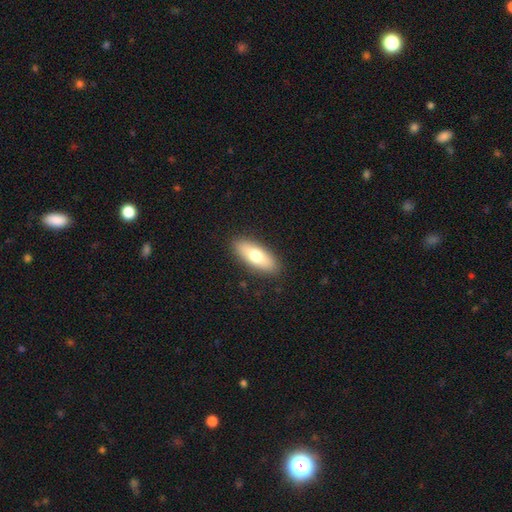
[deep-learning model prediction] Smooth or featured? Predicted: smooth (p=0.71). How rounded? Predicted: in between (p=0.71). Merging? Predicted: none (p=0.89).